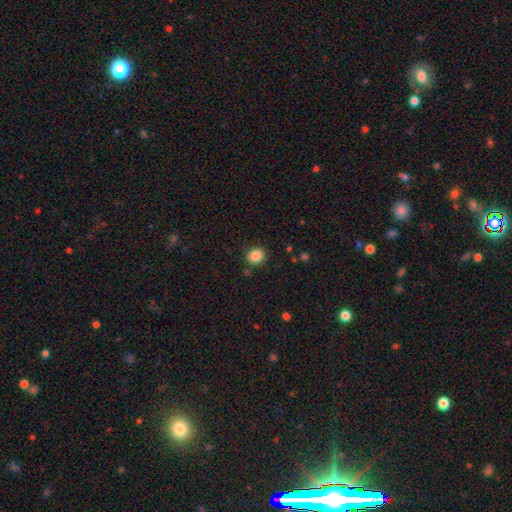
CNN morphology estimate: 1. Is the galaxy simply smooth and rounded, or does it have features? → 86% smooth, 10% star or artifact, 5% featured or disk.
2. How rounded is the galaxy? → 72% round, 28% in between, 1% cigar-shaped.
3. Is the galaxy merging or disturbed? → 87% none, 9% minor disturbance, 3% major disturbance, 2% merger.